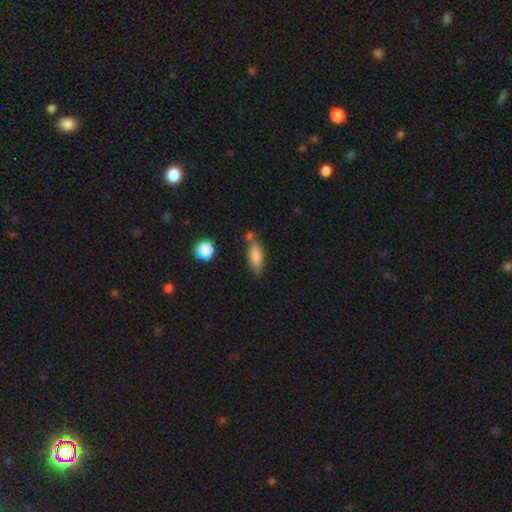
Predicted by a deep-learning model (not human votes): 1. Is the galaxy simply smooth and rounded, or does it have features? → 77% smooth, 15% featured or disk, 8% star or artifact.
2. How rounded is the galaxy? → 63% in between, 34% cigar-shaped, 3% round.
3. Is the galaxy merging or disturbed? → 59% none, 18% minor disturbance, 18% merger, 5% major disturbance.